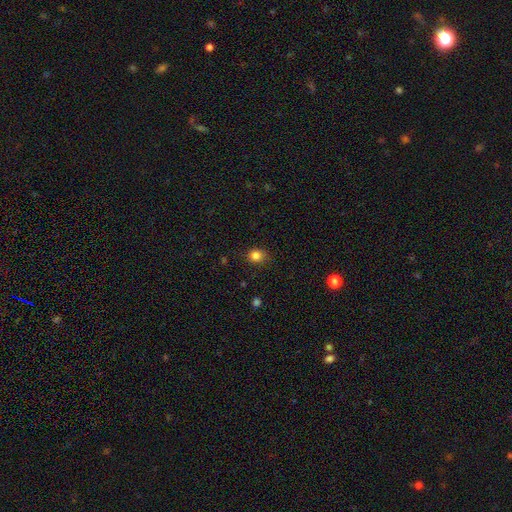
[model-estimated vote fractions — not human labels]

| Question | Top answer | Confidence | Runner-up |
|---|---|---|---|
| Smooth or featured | smooth | 83% | star or artifact (12%) |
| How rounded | round | 72% | in between (27%) |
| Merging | none | 82% | minor disturbance (13%) |